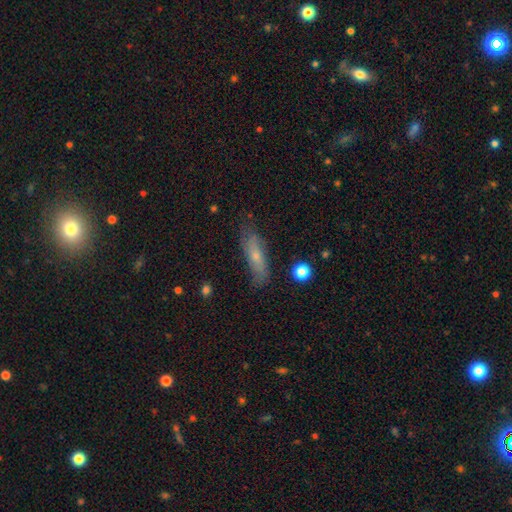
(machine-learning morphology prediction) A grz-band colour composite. It shows a smooth galaxy with no disk features (54%) that is cigar-shaped (54%). Merging: none (72%).